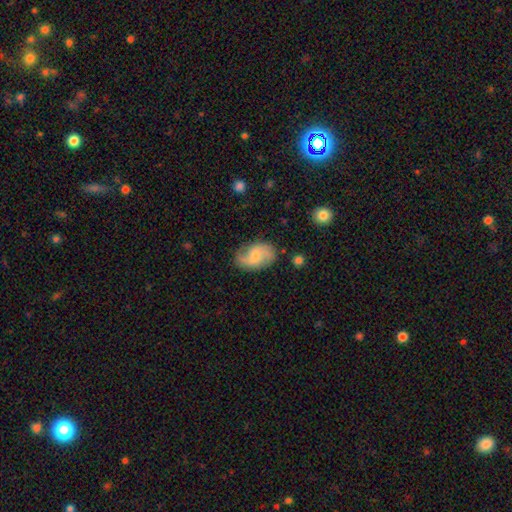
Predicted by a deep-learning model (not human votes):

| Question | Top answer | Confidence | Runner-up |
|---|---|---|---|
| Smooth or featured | featured or disk | 66% | smooth (28%) |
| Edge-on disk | no | 97% | yes (3%) |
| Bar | weak | 49% | no (42%) |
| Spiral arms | yes | 93% | no (7%) |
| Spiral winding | loose | 56% | medium (34%) |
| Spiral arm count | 2 | 87% | can't tell (5%) |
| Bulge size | small | 43% | moderate (36%) |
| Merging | none | 73% | minor disturbance (19%) |